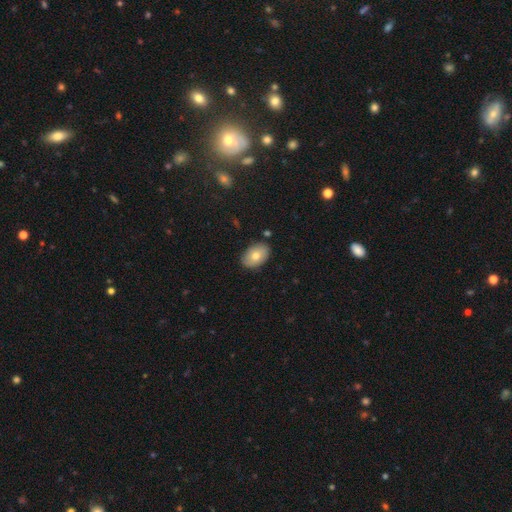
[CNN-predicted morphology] The model was most divided on "smooth or featured": smooth: 73%, featured or disk: 20%, star or artifact: 7%. More confident: how rounded — in between (88%); merging — none (84%).